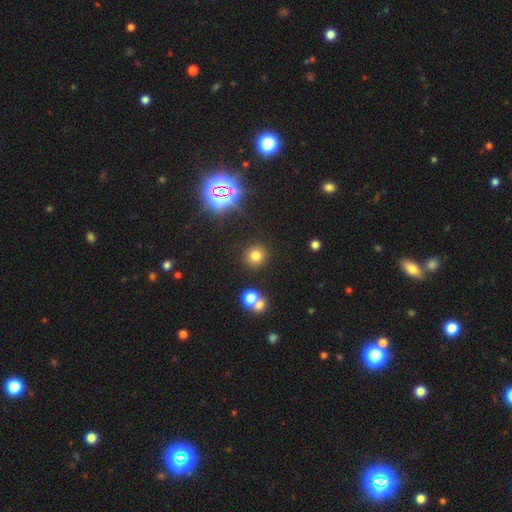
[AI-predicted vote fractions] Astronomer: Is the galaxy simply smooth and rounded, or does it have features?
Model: smooth — 74%.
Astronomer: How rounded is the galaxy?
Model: round — 92%.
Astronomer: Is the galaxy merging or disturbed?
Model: none — 87%.